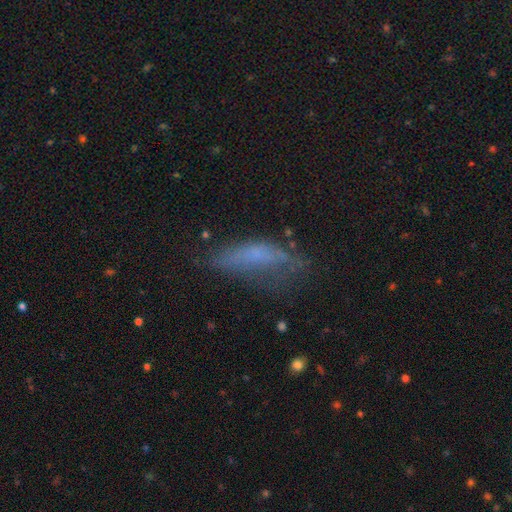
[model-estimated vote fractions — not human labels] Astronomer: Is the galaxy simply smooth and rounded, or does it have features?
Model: smooth — 56%.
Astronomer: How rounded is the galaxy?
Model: in between — 52% (runner-up: cigar-shaped, 45%).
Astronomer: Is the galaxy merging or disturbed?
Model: none — 40% (runner-up: minor disturbance, 29%).